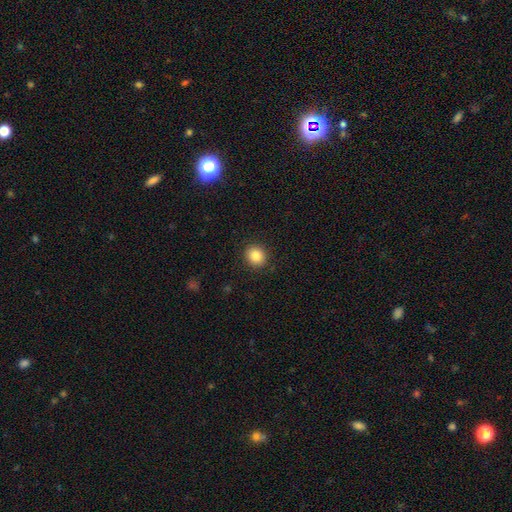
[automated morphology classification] Smooth or featured? Predicted: smooth (p=0.85). How rounded? Predicted: round (p=0.81). Merging? Predicted: none (p=0.90).